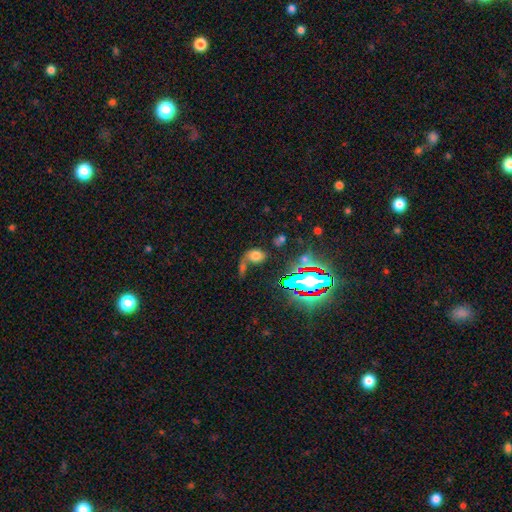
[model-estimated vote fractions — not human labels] A smooth galaxy with no disk features (59%) that is in between round and cigar-shaped (65%). Merging: merger (35%).